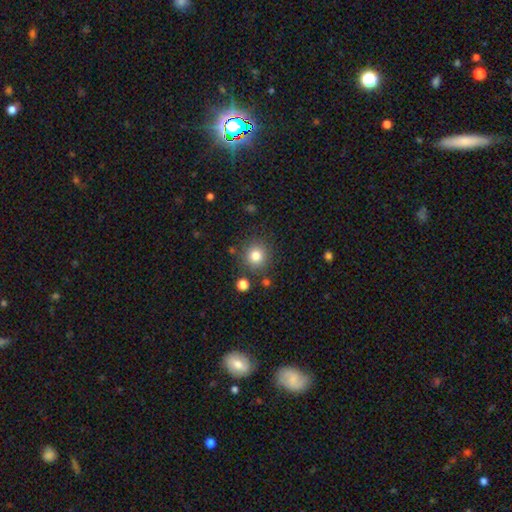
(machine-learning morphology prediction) type=smooth (81%); roundness=round (93%); merging=none (85%).